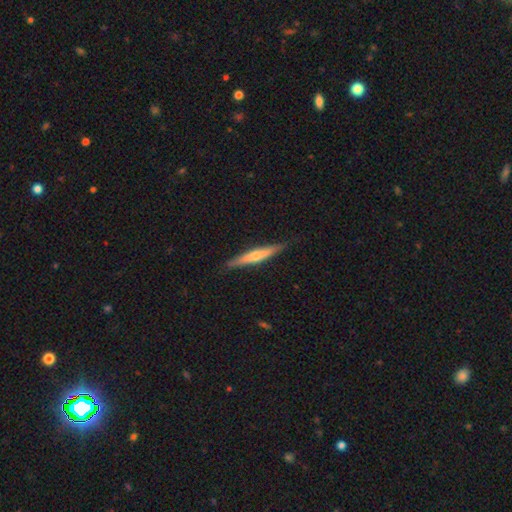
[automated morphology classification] A featured or disk galaxy (47%, tied with smooth). Merging: none (88%).